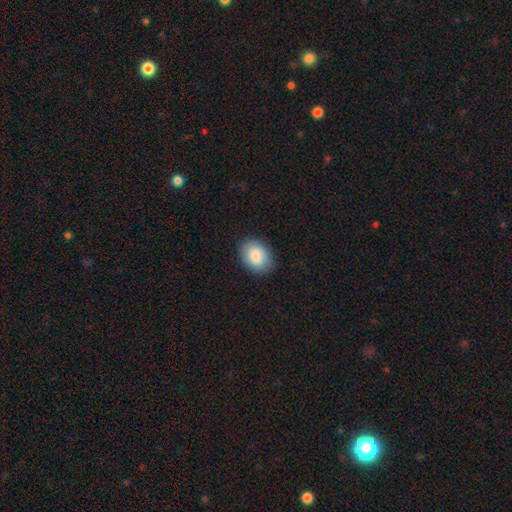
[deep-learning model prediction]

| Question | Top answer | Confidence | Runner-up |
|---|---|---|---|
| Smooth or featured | smooth | 86% | featured or disk (7%) |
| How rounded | in between | 64% | round (35%) |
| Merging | none | 87% | minor disturbance (10%) |